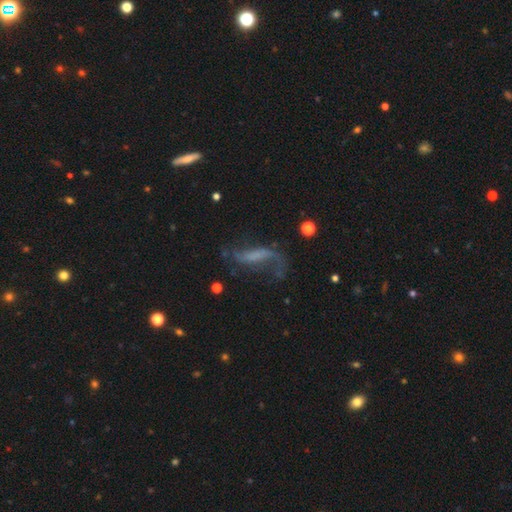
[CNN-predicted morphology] A featured or disk galaxy (64%) with no bar (40%), spiral arms (80%) and no central bulge (65%). Merging: none (47%).